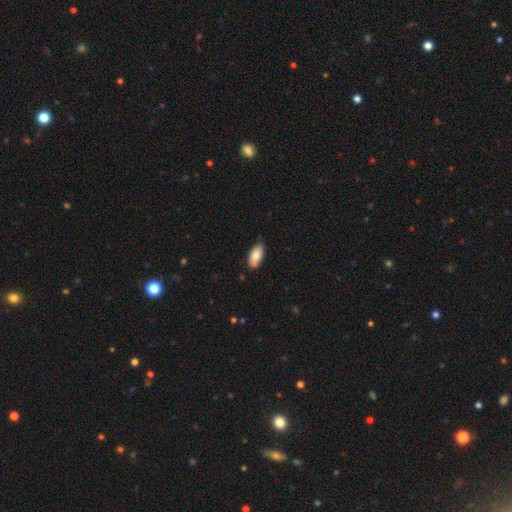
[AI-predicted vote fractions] smooth_or_featured: smooth (p=0.83) [alt: featured or disk p=0.11]
how_rounded: in between (p=0.92) [alt: cigar-shaped p=0.06]
merging: none (p=0.75) [alt: minor disturbance p=0.19]